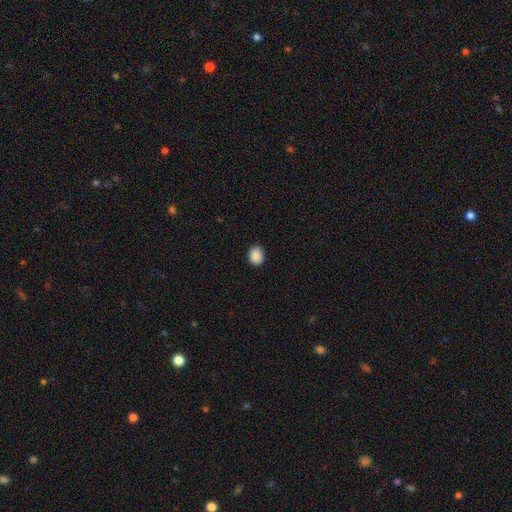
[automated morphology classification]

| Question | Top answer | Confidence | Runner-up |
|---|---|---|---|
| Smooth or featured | smooth | 89% | star or artifact (8%) |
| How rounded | round | 58% | in between (41%) |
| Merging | none | 91% | minor disturbance (7%) |